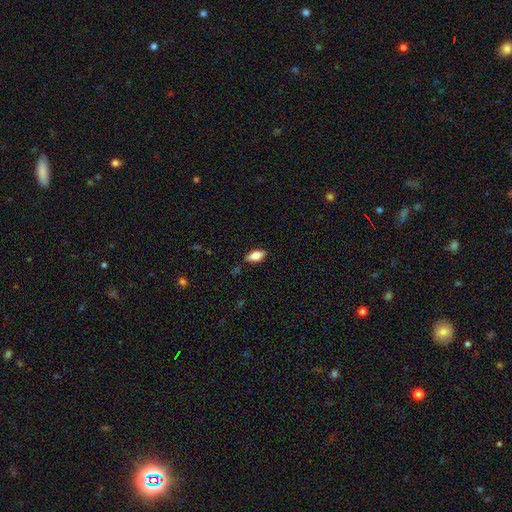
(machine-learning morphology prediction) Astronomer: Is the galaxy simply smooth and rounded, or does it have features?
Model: smooth — 62%.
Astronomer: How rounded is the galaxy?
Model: in between — 79%.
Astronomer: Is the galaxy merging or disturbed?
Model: none — 83%.